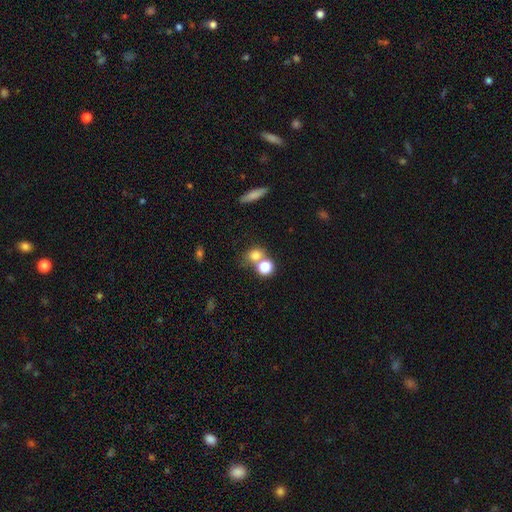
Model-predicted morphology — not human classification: smooth 75%, star or artifact 15%, featured or disk 10%. Down the decision tree: how rounded — round (67%); merging — none (46%).